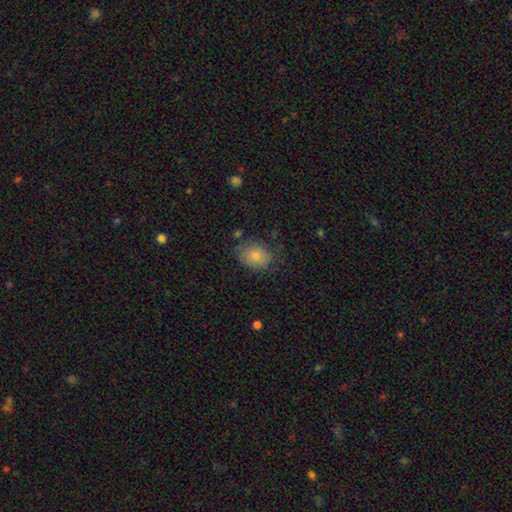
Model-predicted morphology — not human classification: smooth 77%, featured or disk 12%, star or artifact 11%. Down the decision tree: how rounded — in between (66%); merging — none (73%).